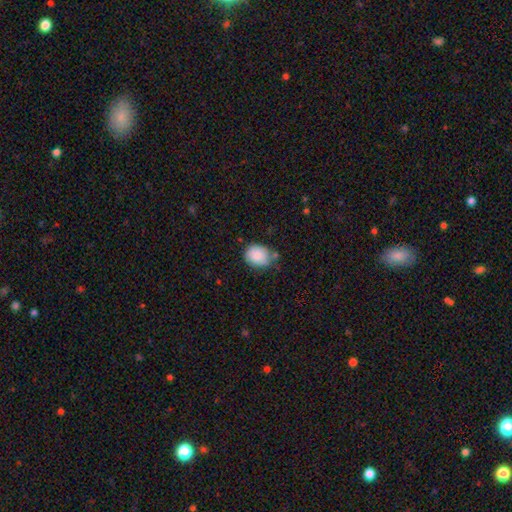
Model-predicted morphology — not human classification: smooth 88%, star or artifact 7%, featured or disk 5%. Down the decision tree: how rounded — round (55%); merging — none (65%).